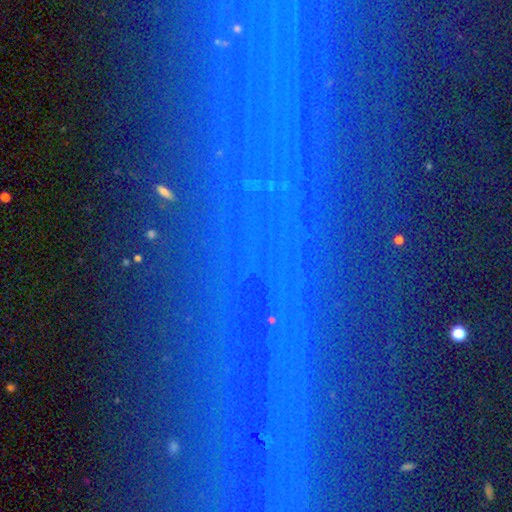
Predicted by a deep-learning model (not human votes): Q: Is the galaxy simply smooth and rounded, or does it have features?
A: star or artifact — 77%.